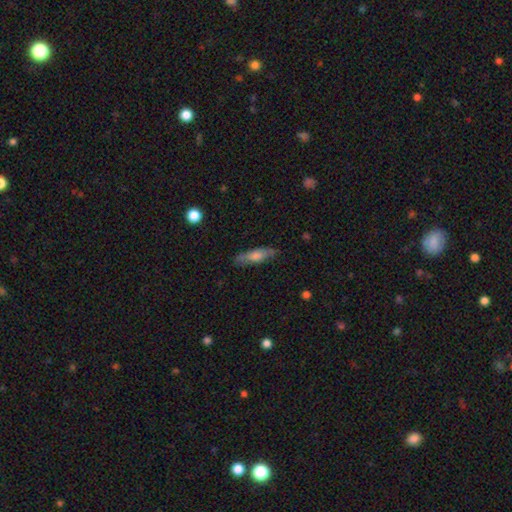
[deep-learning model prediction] Smooth or featured? smooth (57%)
How rounded? cigar-shaped (63%)
Merging? none (81%)